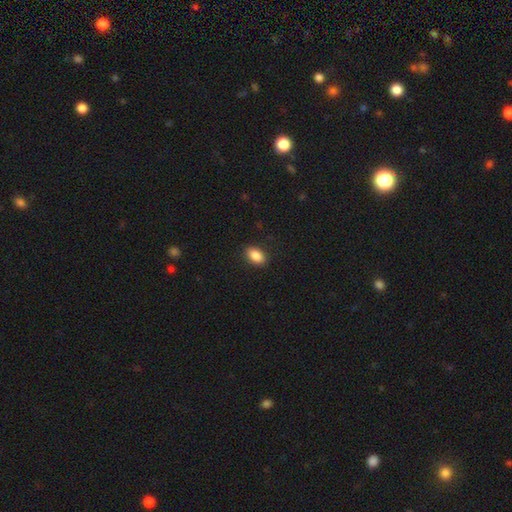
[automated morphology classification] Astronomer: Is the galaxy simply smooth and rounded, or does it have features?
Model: smooth — 88%.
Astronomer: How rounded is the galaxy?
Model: in between — 90%.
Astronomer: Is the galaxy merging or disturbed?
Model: none — 89%.